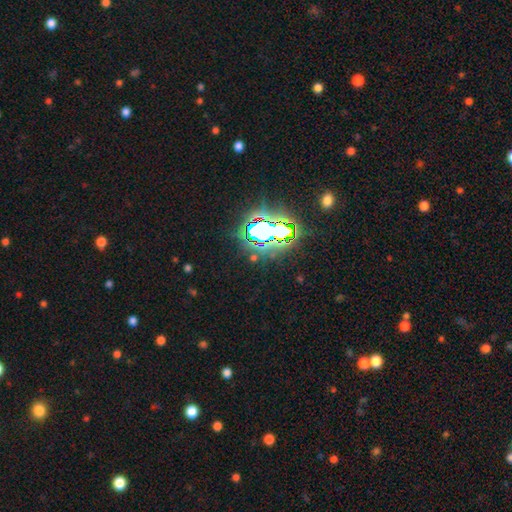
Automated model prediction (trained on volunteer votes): Smooth or featured: star or artifact — 71% (smooth — 16%)